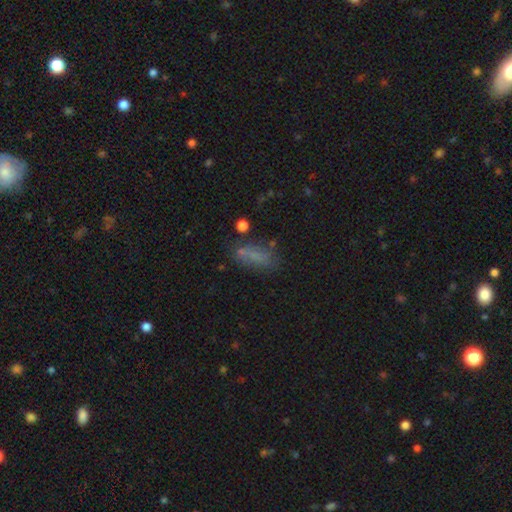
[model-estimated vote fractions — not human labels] Smooth or featured? smooth (68%)
How rounded? in between (65%)
Merging? none (59%)